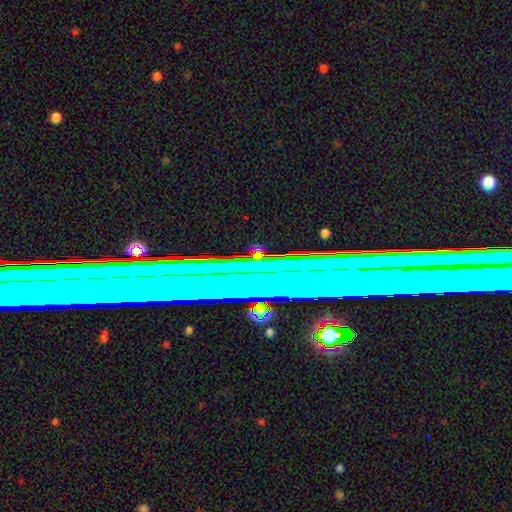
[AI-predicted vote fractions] star or artifact 72%, smooth 14%, featured or disk 14%.